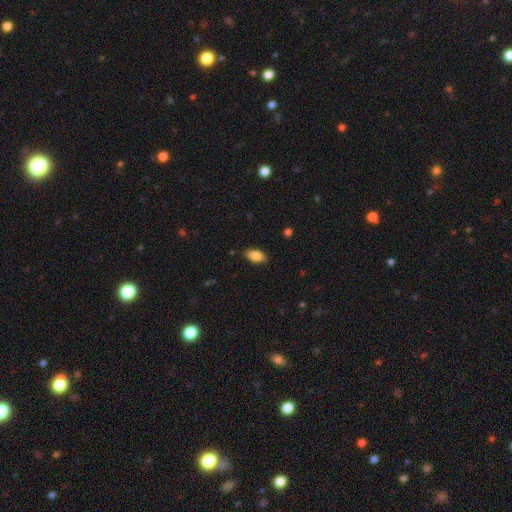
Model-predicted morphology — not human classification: smooth 85%, featured or disk 7%, star or artifact 7%. Down the decision tree: how rounded — in between (92%); merging — none (86%).